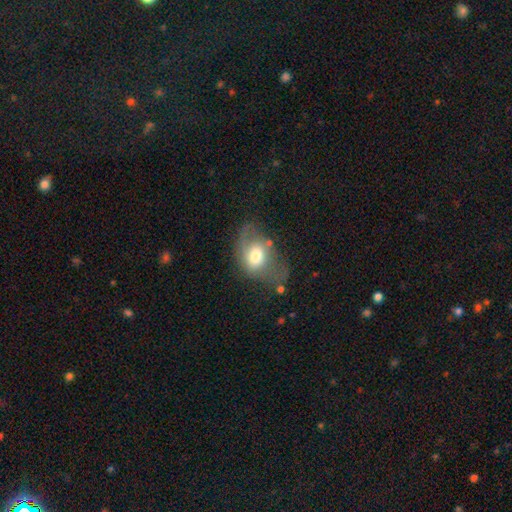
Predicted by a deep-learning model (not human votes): A smooth galaxy with no disk features (56%) that is in between round and cigar-shaped (71%).

Vote fractions:
- Smooth or featured? smooth: 56% / featured or disk: 35% / star or artifact: 9%
- How rounded? in between: 71% / round: 27% / cigar-shaped: 2%
- Merging? none: 35% / major disturbance: 31% / minor disturbance: 28% / merger: 6%